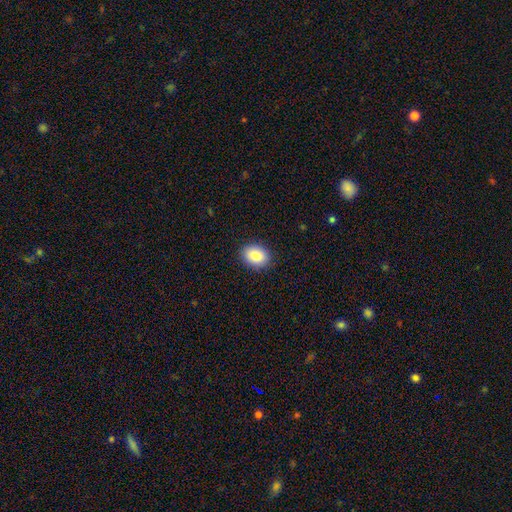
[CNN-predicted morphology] smooth-or-featured: smooth: 87% | star or artifact: 7% | featured or disk: 6%
  how-rounded: in between: 68% | round: 31% | cigar-shaped: 1%
  merging: none: 90% | minor disturbance: 8% | major disturbance: 2% | merger: 1%